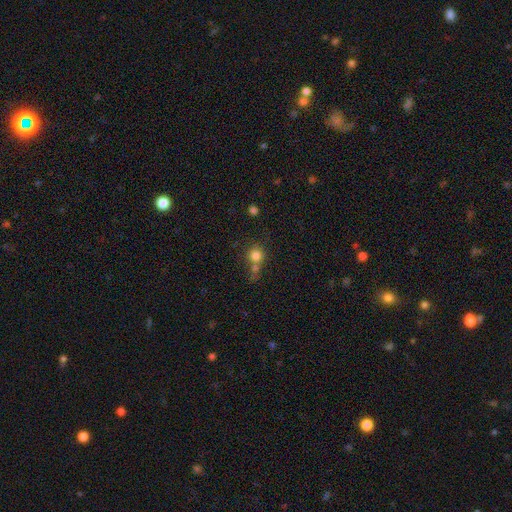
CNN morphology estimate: Smooth or featured? smooth (79%)
How rounded? round (90%)
Merging? none (47%)